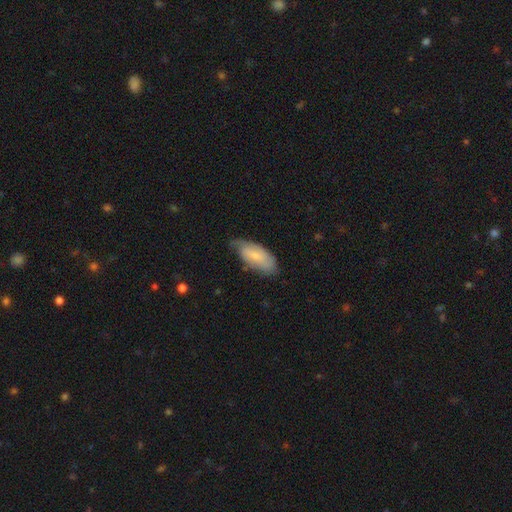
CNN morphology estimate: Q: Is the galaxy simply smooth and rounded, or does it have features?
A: smooth — 56%.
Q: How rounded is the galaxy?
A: in between — 86%.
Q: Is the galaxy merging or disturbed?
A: none — 56%.